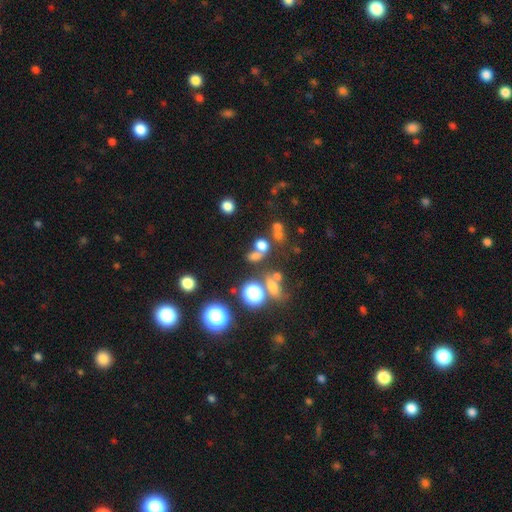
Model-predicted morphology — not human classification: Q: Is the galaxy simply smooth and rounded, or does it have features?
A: smooth — 60%.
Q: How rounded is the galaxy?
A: round — 50%.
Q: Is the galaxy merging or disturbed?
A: none — 46%.